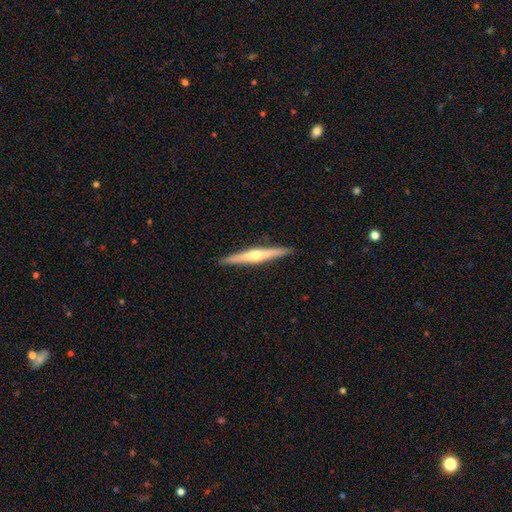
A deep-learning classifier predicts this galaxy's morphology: Smooth or featured: featured or disk — 69% (smooth — 25%)
Edge-on disk: yes — 97% (no — 3%)
Edge-on bulge: rounded — 89% (none — 8%)
Merging: none — 92% (minor disturbance — 6%)